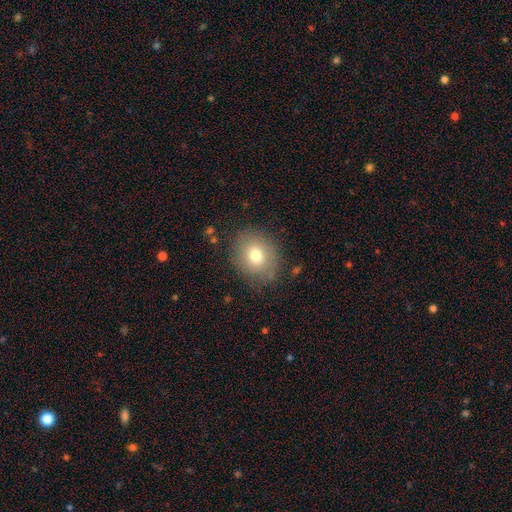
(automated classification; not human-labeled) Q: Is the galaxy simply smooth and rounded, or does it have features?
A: smooth — 74%.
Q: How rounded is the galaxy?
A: round — 64%.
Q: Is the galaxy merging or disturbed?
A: none — 83%.